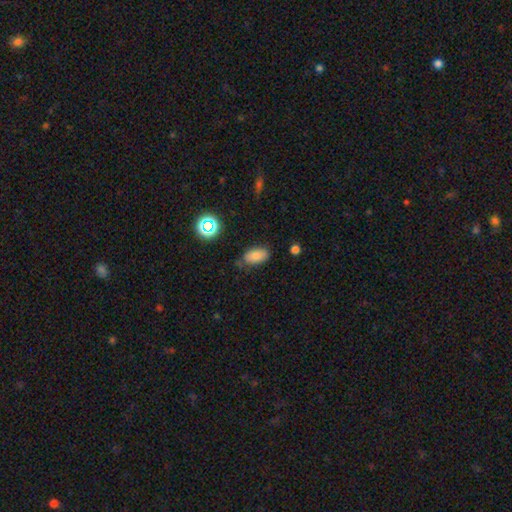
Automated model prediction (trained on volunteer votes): Q: Smooth or featured?
A: smooth (78%); runner-up: star or artifact (12%)
Q: How rounded?
A: in between (92%); runner-up: round (6%)
Q: Merging?
A: none (74%); runner-up: minor disturbance (19%)